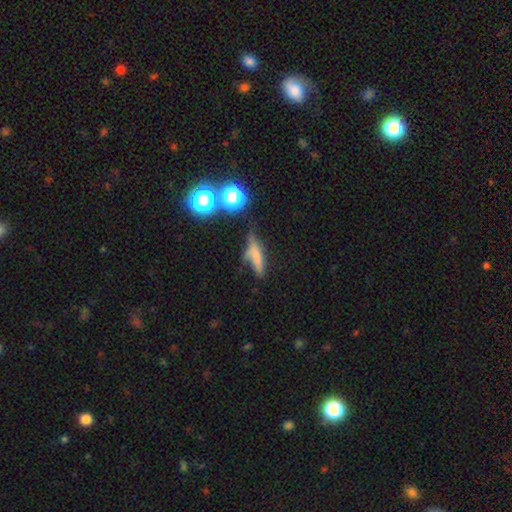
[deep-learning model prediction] Morphology: type=smooth (57%); roundness=cigar-shaped (64%); merging=none (42%).